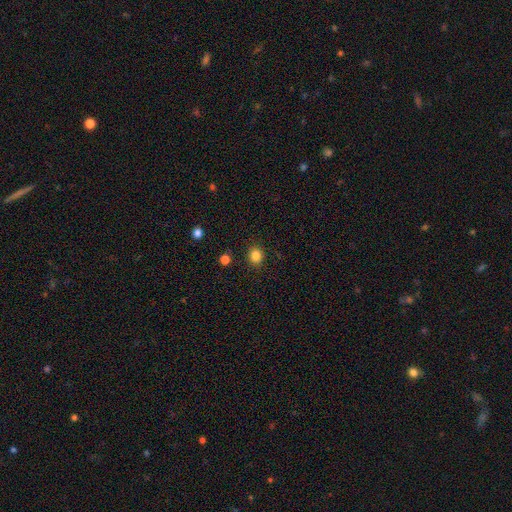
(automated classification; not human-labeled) Smooth or featured?
  - smooth: 84% *
  - star or artifact: 12%
  - featured or disk: 4%
How rounded?
  - round: 80% *
  - in between: 19%
  - cigar-shaped: 1%
Merging?
  - none: 89% *
  - minor disturbance: 7%
  - major disturbance: 2%
  - merger: 2%